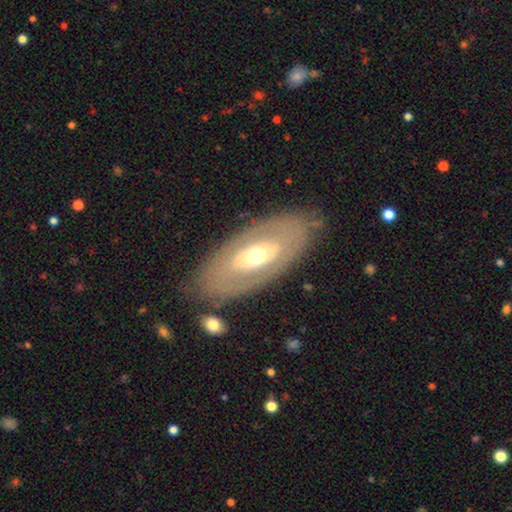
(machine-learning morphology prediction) This appears to be a featured or disk galaxy (63%) with no bar (63%), no spiral arms (81%) and a moderate central bulge (67%). Merging: none (80%).